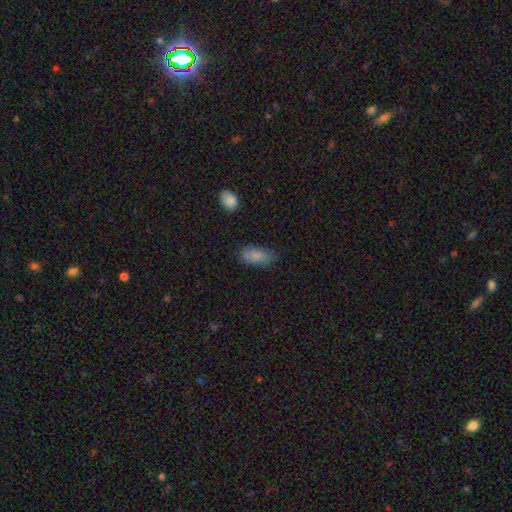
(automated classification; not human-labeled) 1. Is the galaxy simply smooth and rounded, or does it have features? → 85% smooth, 8% star or artifact, 7% featured or disk.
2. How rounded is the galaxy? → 87% in between, 11% cigar-shaped, 2% round.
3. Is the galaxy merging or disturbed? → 77% none, 17% minor disturbance, 4% major disturbance, 2% merger.